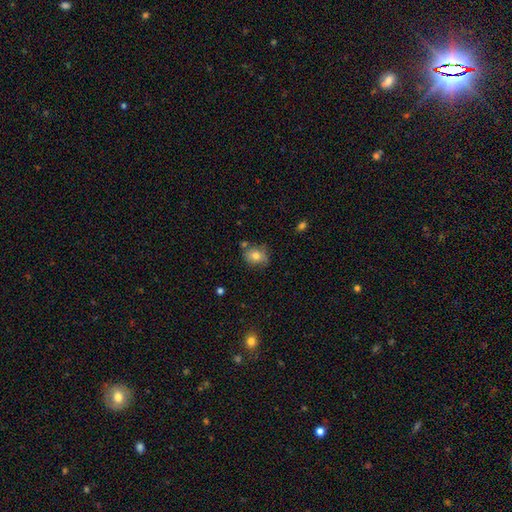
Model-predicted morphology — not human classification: Overall: smooth (74%). How rounded: round (54%; in between 45%). Merging: none (66%).